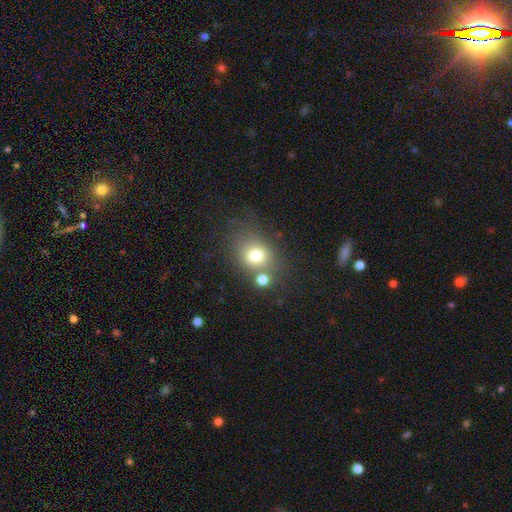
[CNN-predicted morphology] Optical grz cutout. It shows a smooth galaxy with no disk features (73%) that is round (61%). Merging: none (58%).